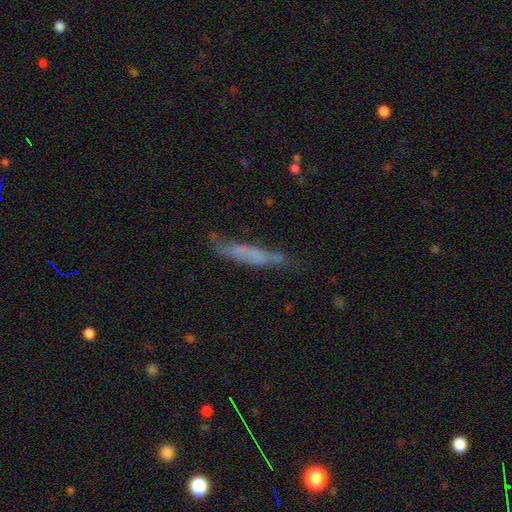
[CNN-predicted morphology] smooth 50%, featured or disk 40%, star or artifact 11%. Down the decision tree: merging — none (50%).